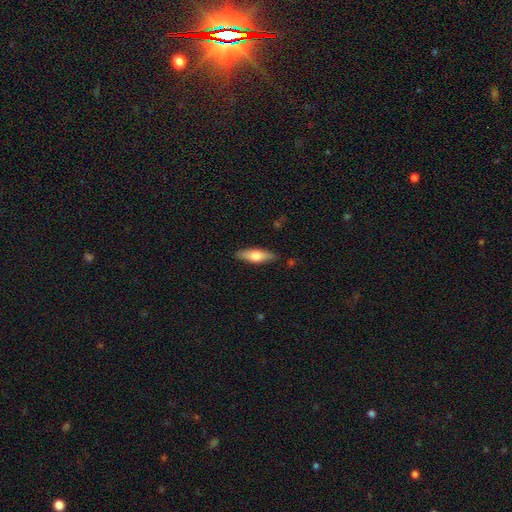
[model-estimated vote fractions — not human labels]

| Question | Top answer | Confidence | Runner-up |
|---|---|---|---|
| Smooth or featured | smooth | 62% | featured or disk (32%) |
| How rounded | in between | 52% | cigar-shaped (46%) |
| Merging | none | 85% | minor disturbance (11%) |